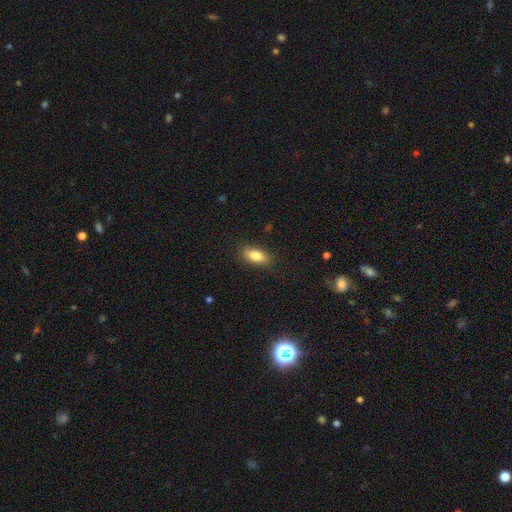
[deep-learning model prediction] Q: Smooth or featured?
A: smooth (82%); runner-up: featured or disk (10%)
Q: How rounded?
A: in between (84%); runner-up: cigar-shaped (12%)
Q: Merging?
A: none (86%); runner-up: minor disturbance (10%)